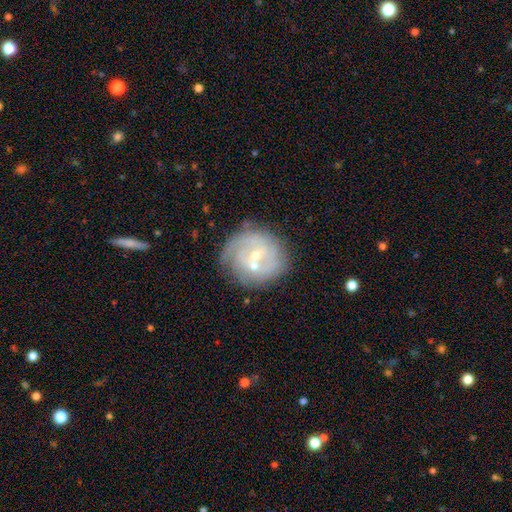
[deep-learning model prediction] Morphology: type=featured or disk (72%); edge-on=no (97%); bar=no (58%); spiral arms=yes (83%); winding=tight (62%); arm count=can't tell (38%); bulge=small (64%); merging=none (60%).